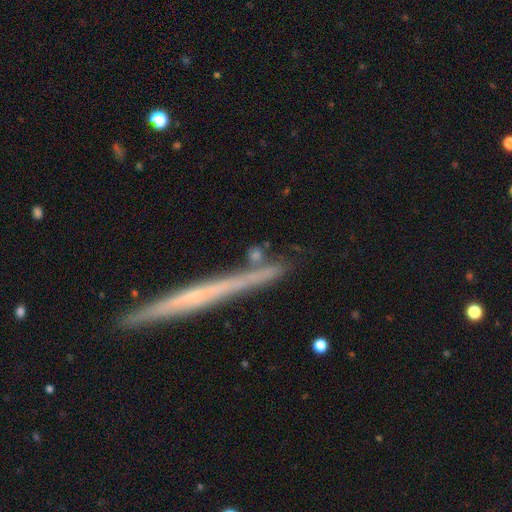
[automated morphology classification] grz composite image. It shows a smooth galaxy with no disk features (55%) that is cigar-shaped (58%). Merging: none (71%).